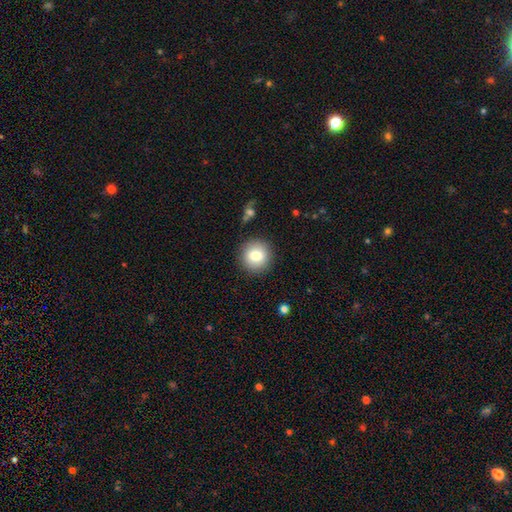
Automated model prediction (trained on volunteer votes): Overall: smooth (81%). How rounded: round (93%). Merging: none (90%).